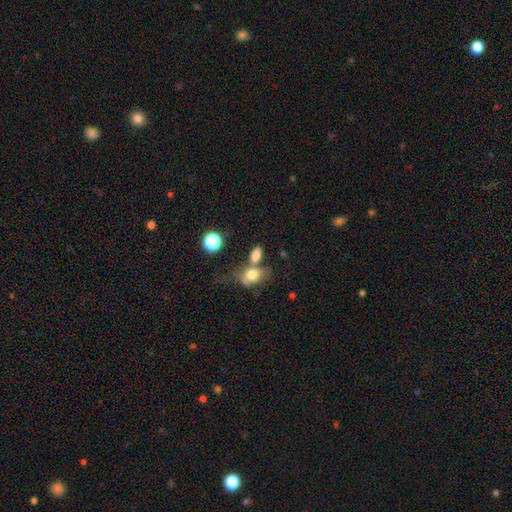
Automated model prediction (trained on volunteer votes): Smooth or featured?
  - smooth: 77% *
  - featured or disk: 12%
  - star or artifact: 12%
How rounded?
  - in between: 80% *
  - round: 17%
  - cigar-shaped: 3%
Merging?
  - none: 41% *
  - merger: 38%
  - minor disturbance: 13%
  - major disturbance: 8%